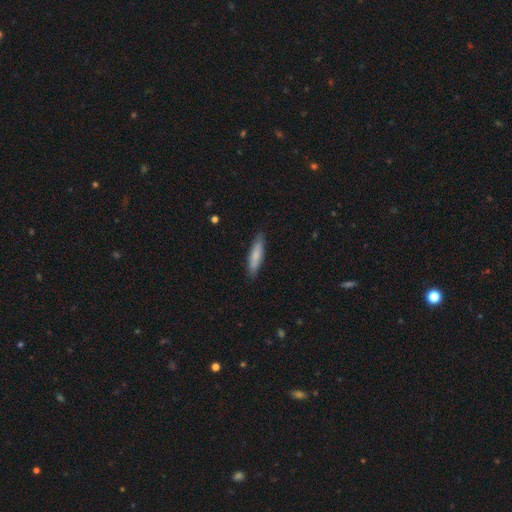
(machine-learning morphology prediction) smooth-or-featured: smooth: 78% | featured or disk: 16% | star or artifact: 5%
  how-rounded: cigar-shaped: 82% | in between: 17% | round: 1%
  merging: none: 88% | minor disturbance: 10% | major disturbance: 2% | merger: 1%